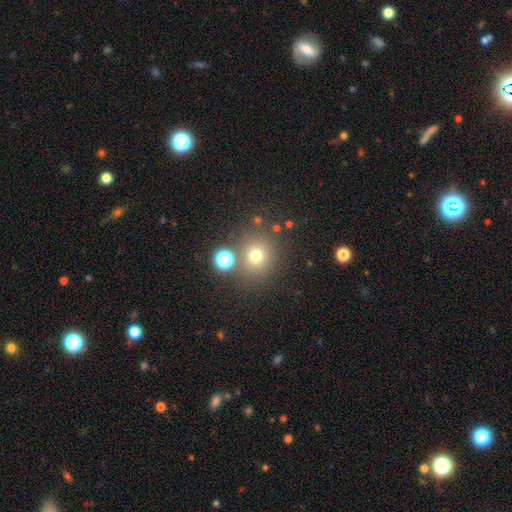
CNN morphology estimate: The model was most divided on "smooth or featured": smooth: 71%, star or artifact: 20%, featured or disk: 10%. More confident: how rounded — round (85%); merging — none (75%).